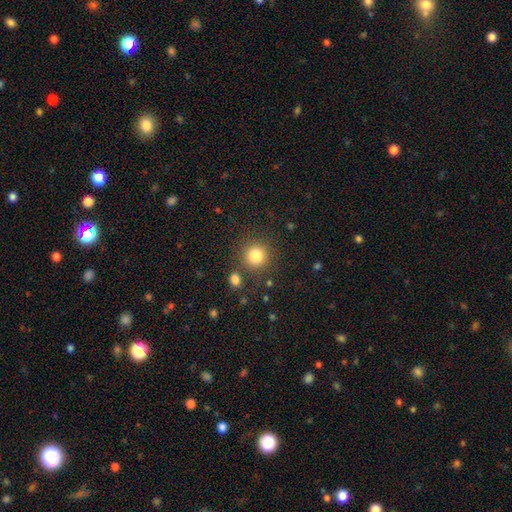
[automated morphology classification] Smooth or featured? Predicted: smooth (p=0.83). How rounded? Predicted: round (p=0.93). Merging? Predicted: none (p=0.83).